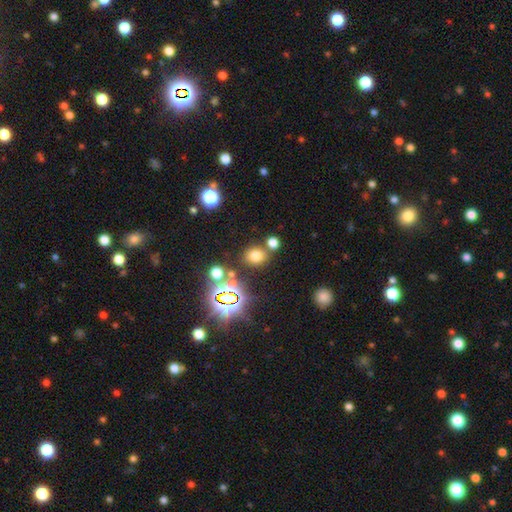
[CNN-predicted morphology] smooth 68%, star or artifact 25%, featured or disk 7%. Down the decision tree: how rounded — round (65%); merging — none (76%).